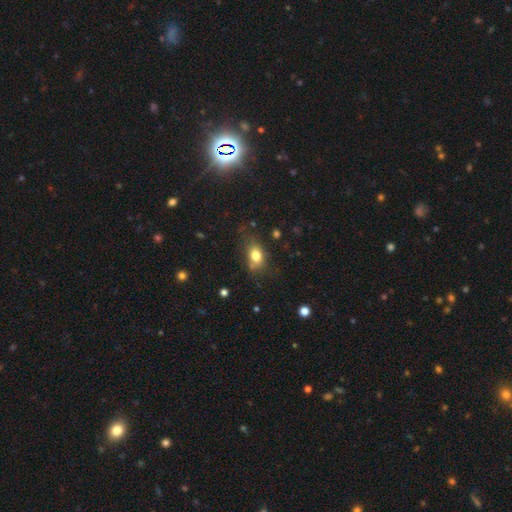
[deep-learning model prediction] The model was most divided on "merging": none: 64%, minor disturbance: 23%, major disturbance: 7%, merger: 5%. More confident: smooth or featured — smooth (79%); how rounded — in between (71%).